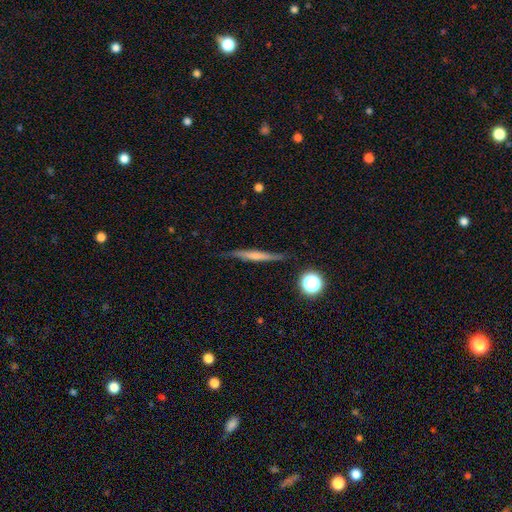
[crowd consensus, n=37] Overall: smooth (54%; featured or disk 41%). How rounded: cigar-shaped (95%). Merging: none (77%).